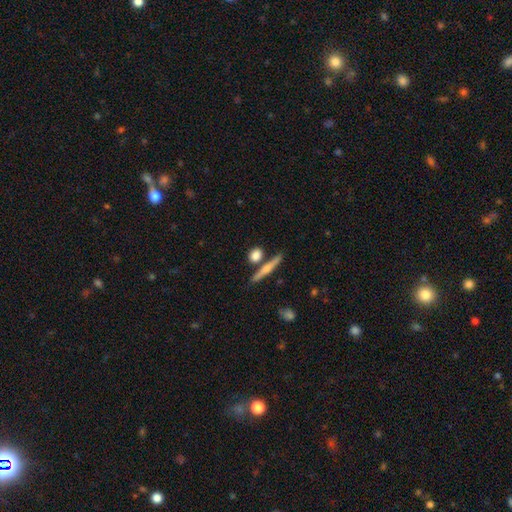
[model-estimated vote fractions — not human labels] Smooth or featured: smooth — 74% (featured or disk — 18%)
How rounded: round — 48% (in between — 30%)
Merging: none — 72% (merger — 14%)